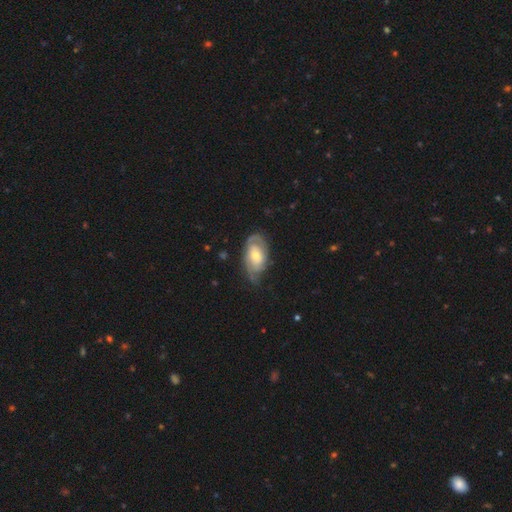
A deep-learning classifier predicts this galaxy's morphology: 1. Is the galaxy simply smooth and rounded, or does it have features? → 73% featured or disk, 22% smooth, 5% star or artifact.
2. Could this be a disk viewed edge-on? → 95% no, 5% yes.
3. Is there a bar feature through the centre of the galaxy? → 66% no, 28% weak, 6% strong.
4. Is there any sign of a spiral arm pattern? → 87% yes, 13% no.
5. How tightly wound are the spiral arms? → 55% tight, 33% medium, 12% loose.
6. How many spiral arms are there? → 54% 2, 27% can't tell, 7% 3, 7% 1, 2% 4, 2% more than 4.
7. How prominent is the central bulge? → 55% moderate, 37% small, 5% large, 1% none, 1% dominant.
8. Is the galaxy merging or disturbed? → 63% none, 25% minor disturbance, 11% major disturbance, 2% merger.